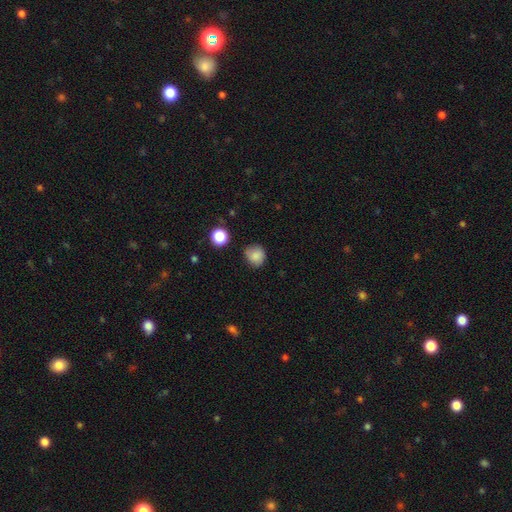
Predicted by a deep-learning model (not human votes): Smooth or featured: smooth — 82% (star or artifact — 10%)
How rounded: round — 83% (in between — 16%)
Merging: none — 72% (minor disturbance — 20%)